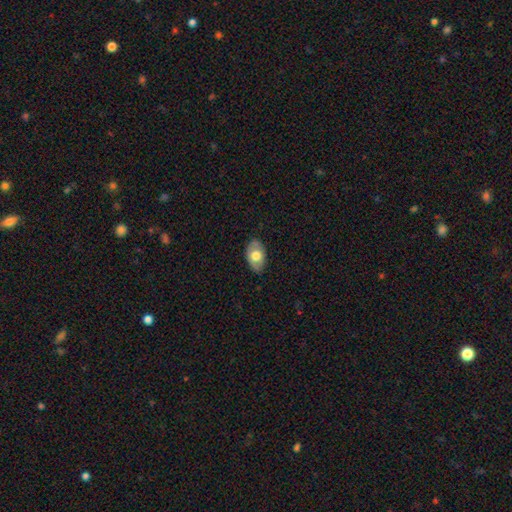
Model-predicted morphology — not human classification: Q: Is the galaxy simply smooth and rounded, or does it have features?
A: smooth — 66%.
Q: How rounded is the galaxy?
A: in between — 90%.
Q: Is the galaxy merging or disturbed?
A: none — 80%.